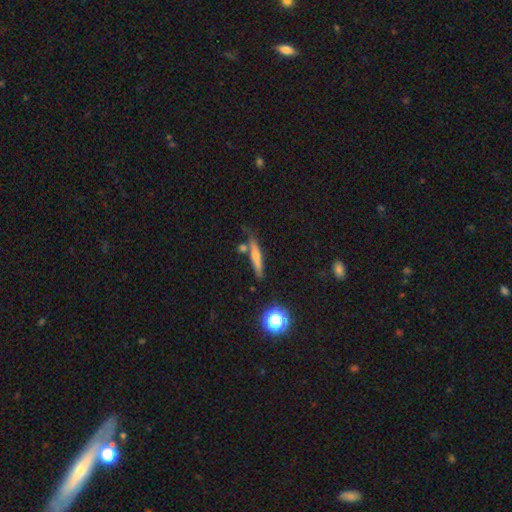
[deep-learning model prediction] smooth 45%, featured or disk 44%, star or artifact 11%. Down the decision tree: merging — none (73%).